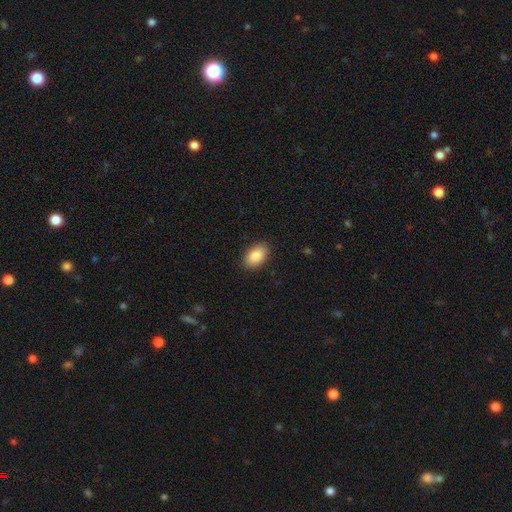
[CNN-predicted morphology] Smooth or featured? smooth (88%)
How rounded? in between (91%)
Merging? none (88%)